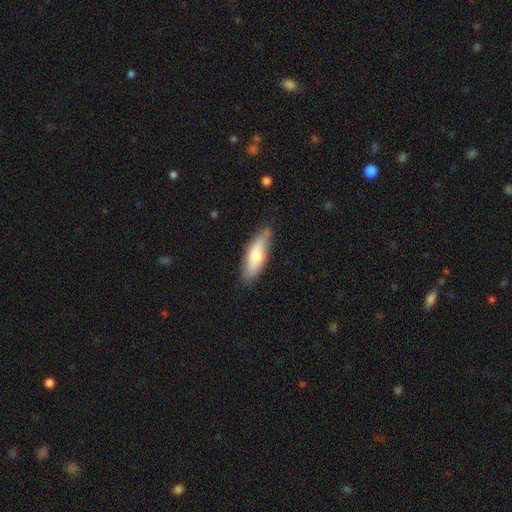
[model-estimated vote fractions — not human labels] A smooth galaxy with no disk features (69%) that is in between round and cigar-shaped (52%).

Vote fractions:
- Smooth or featured? smooth: 69% / featured or disk: 25% / star or artifact: 6%
- How rounded? in between: 52% / cigar-shaped: 46% / round: 2%
- Merging? none: 70% / minor disturbance: 23% / major disturbance: 4% / merger: 2%